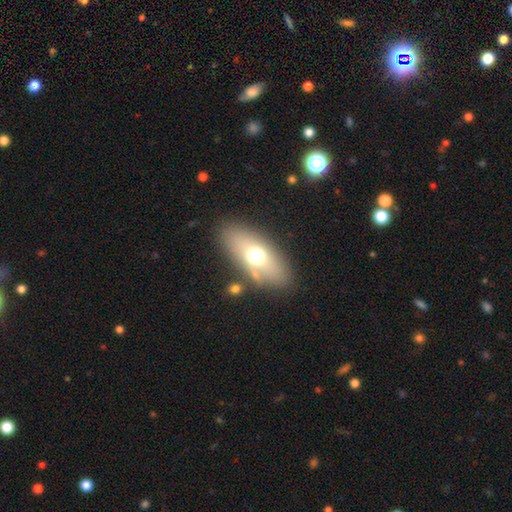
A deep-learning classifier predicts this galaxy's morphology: type=smooth (61%); roundness=in between (80%); merging=none (79%).